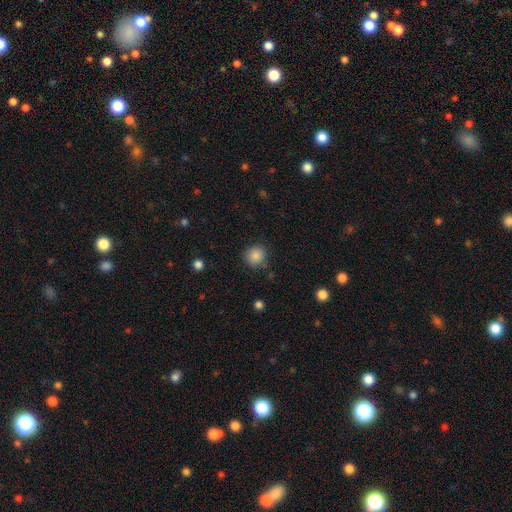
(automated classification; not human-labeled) The model was most divided on "merging": none: 83%, minor disturbance: 12%, major disturbance: 3%, merger: 3%. More confident: how rounded — round (90%); smooth or featured — smooth (85%).